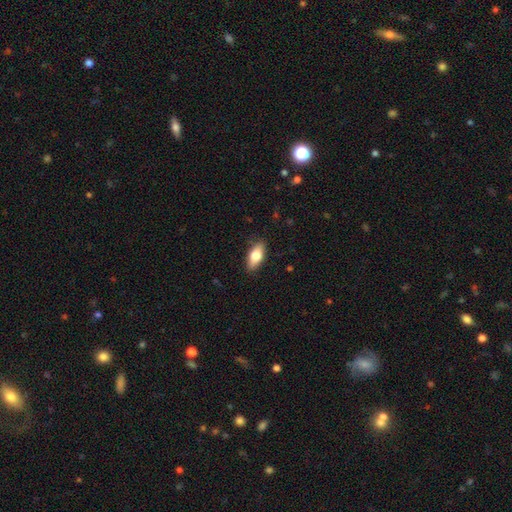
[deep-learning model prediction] Morphology: type=smooth (73%); roundness=in between (83%); merging=none (86%).